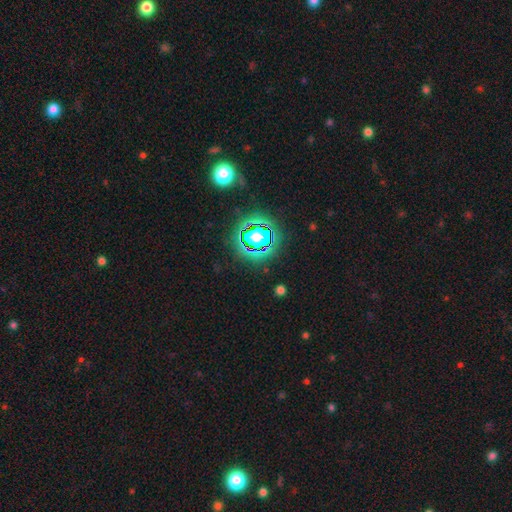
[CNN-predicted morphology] The model was most divided on "smooth or featured": star or artifact: 77%, smooth: 13%, featured or disk: 9%.